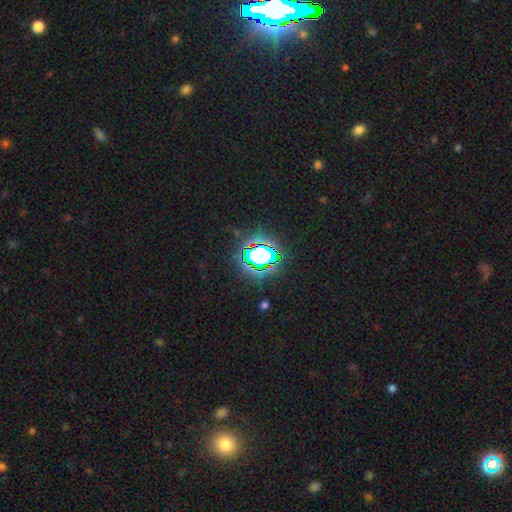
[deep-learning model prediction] Overall: star or artifact (80%).